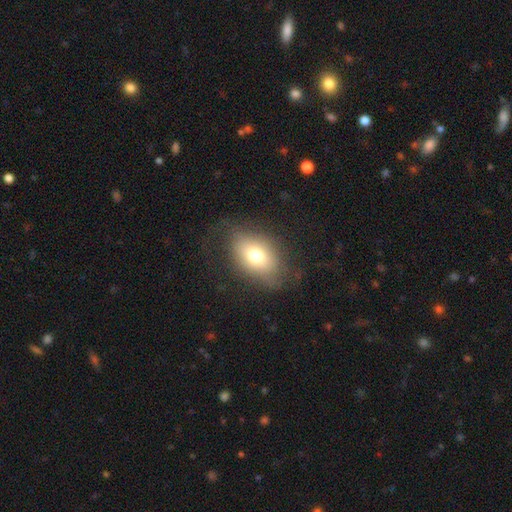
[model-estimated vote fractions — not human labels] Smooth or featured?
  - smooth: 70% *
  - featured or disk: 19%
  - star or artifact: 11%
How rounded?
  - in between: 77% *
  - round: 21%
  - cigar-shaped: 2%
Merging?
  - none: 65% *
  - minor disturbance: 21%
  - major disturbance: 13%
  - merger: 1%